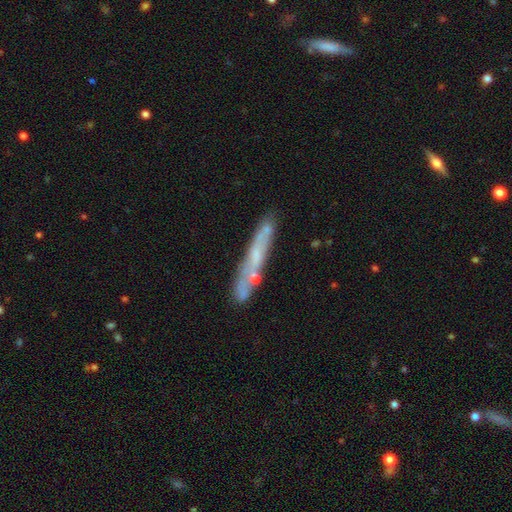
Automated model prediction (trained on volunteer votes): Morphology: type=featured or disk (53%); edge-on=yes (71%); merging=none (71%).